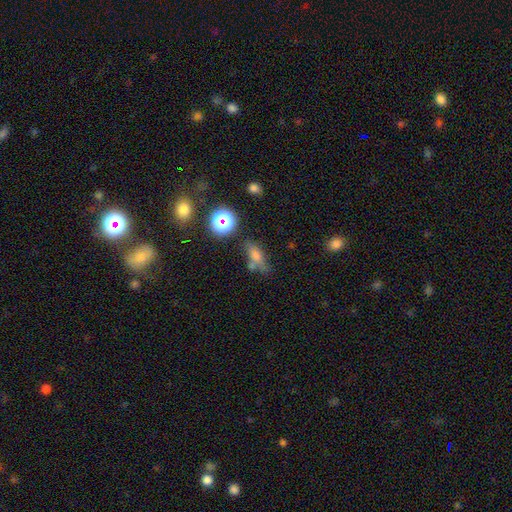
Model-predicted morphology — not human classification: The model was most divided on "merging": none: 57%, minor disturbance: 20%, merger: 14%, major disturbance: 9%. More confident: how rounded — in between (63%); smooth or featured — smooth (62%).